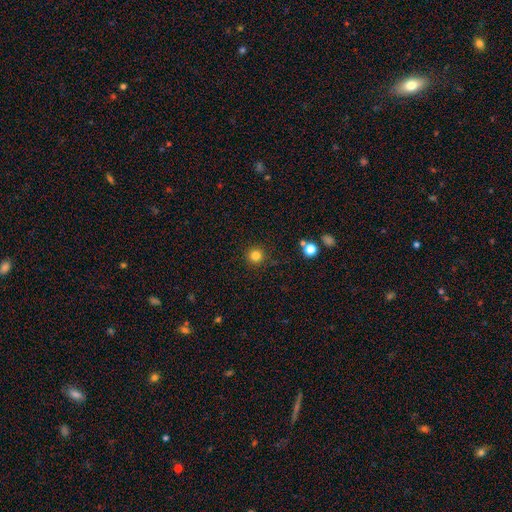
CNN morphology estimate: This is clearly a smooth galaxy (81%). How rounded: clearly round (95%). Merging: clearly none (90%).